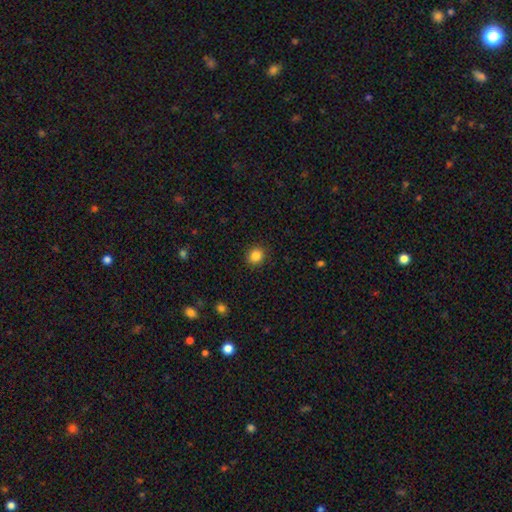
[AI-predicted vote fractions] This appears to be a smooth galaxy with no disk features (85%) that is round (83%). Merging: none (91%).